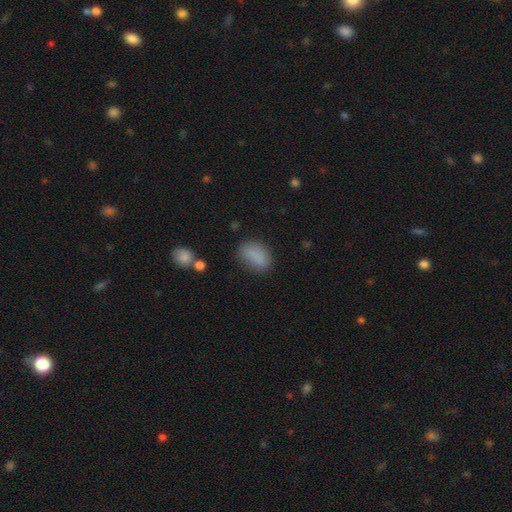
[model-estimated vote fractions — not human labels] Smooth or featured? Predicted: smooth (p=0.84). How rounded? Predicted: in between (p=0.86). Merging? Predicted: none (p=0.71).